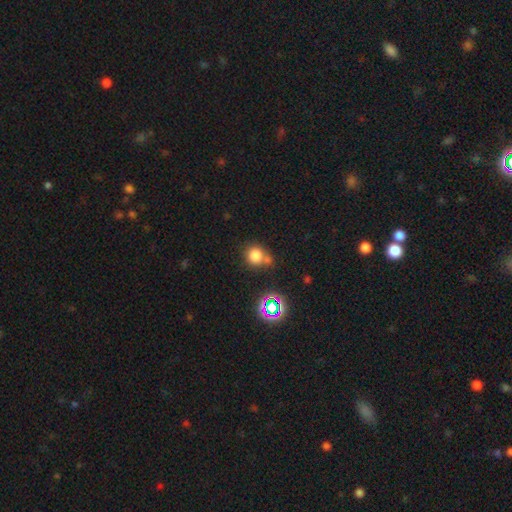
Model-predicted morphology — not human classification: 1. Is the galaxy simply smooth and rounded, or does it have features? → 77% smooth, 16% star or artifact, 7% featured or disk.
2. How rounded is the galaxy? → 85% round, 14% in between, 1% cigar-shaped.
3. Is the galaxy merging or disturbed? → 55% none, 25% merger, 14% minor disturbance, 5% major disturbance.